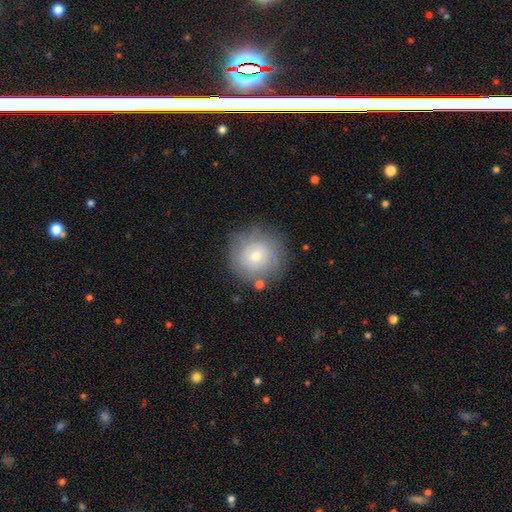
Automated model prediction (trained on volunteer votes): Smooth or featured? Predicted: smooth (p=0.56). How rounded? Predicted: round (p=0.93). Merging? Predicted: none (p=0.80).